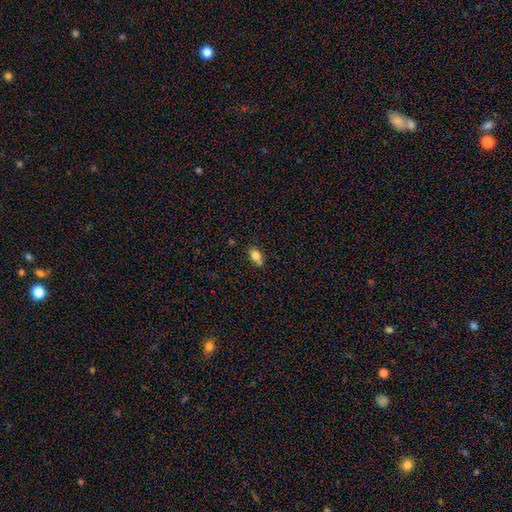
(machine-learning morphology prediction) Overall: smooth (80%). How rounded: in between (76%). Merging: none (62%; minor disturbance 24%).